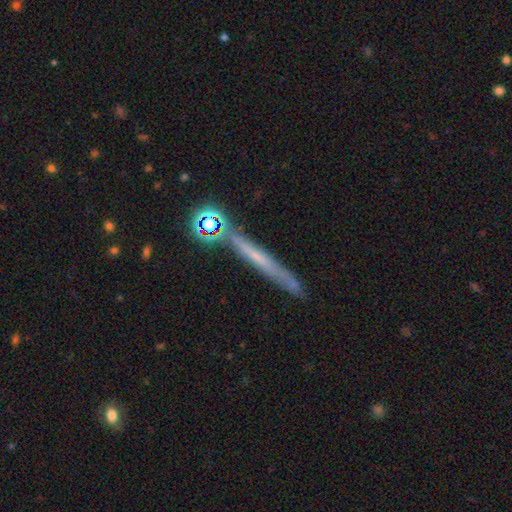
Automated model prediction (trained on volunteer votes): Overall: featured or disk (55%; smooth 33%). Edge-on disk: yes (94%). Edge-on bulge: none (70%). Merging: none (82%).